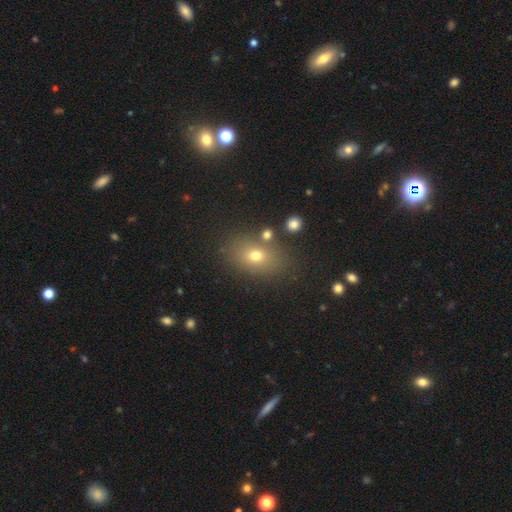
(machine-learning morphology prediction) This appears to be a smooth galaxy with no disk features (67%) that is in between round and cigar-shaped (73%). Merging: none (77%).